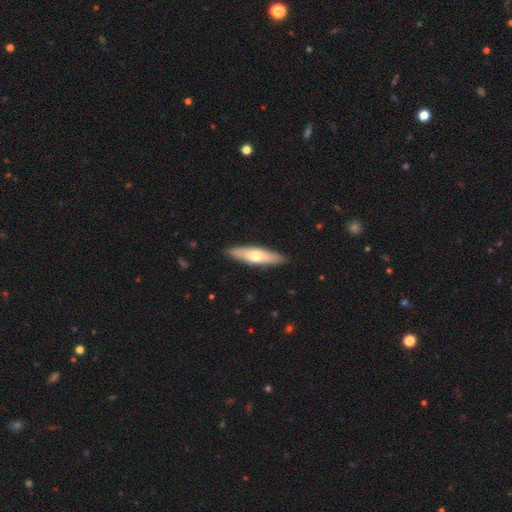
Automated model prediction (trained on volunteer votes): The model was most divided on "smooth or featured": smooth: 53%, featured or disk: 42%, star or artifact: 5%. More confident: merging — none (89%); how rounded — cigar-shaped (72%).